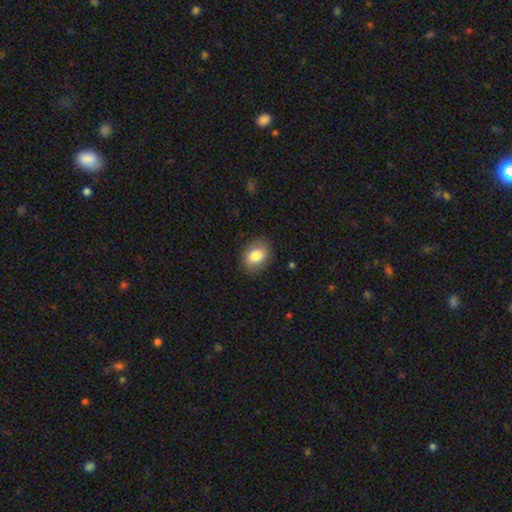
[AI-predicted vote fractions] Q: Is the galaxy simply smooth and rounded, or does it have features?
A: smooth — 82%.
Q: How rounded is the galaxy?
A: in between — 69%.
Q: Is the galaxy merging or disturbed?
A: none — 84%.